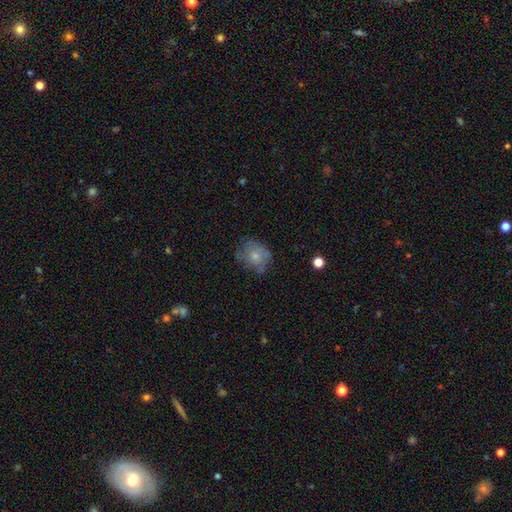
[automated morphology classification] A smooth galaxy with no disk features (65%) that is round (66%).

Vote fractions:
- Smooth or featured? smooth: 65% / featured or disk: 26% / star or artifact: 9%
- How rounded? round: 66% / in between: 33% / cigar-shaped: 1%
- Merging? none: 59% / minor disturbance: 28% / major disturbance: 11% / merger: 2%